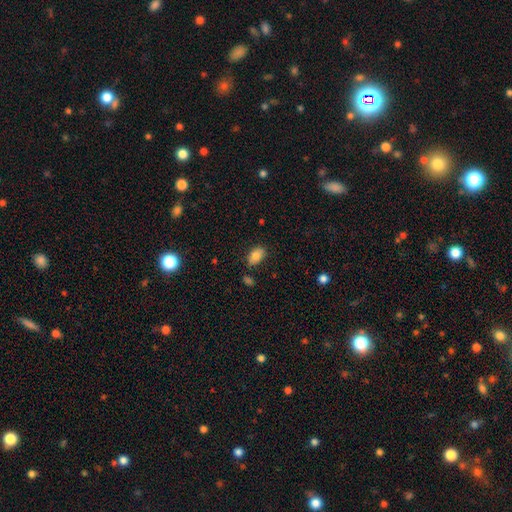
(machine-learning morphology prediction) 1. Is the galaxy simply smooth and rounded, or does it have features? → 81% smooth, 10% featured or disk, 8% star or artifact.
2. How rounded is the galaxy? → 91% in between, 7% round, 2% cigar-shaped.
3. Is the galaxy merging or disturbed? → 78% none, 16% minor disturbance, 4% merger, 3% major disturbance.